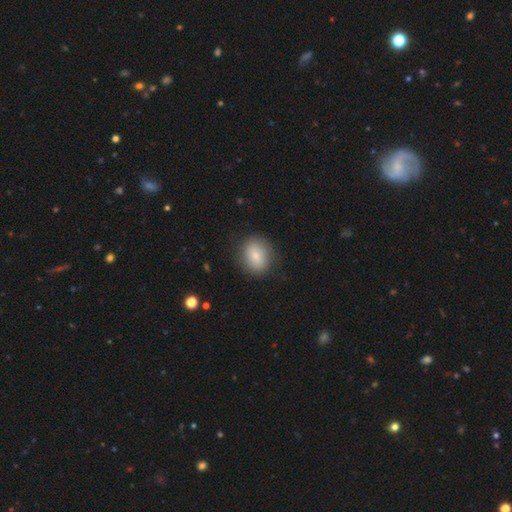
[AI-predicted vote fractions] smooth_or_featured: smooth (p=0.81) [alt: featured or disk p=0.11]
how_rounded: round (p=0.59) [alt: in between p=0.39]
merging: none (p=0.85) [alt: minor disturbance p=0.10]